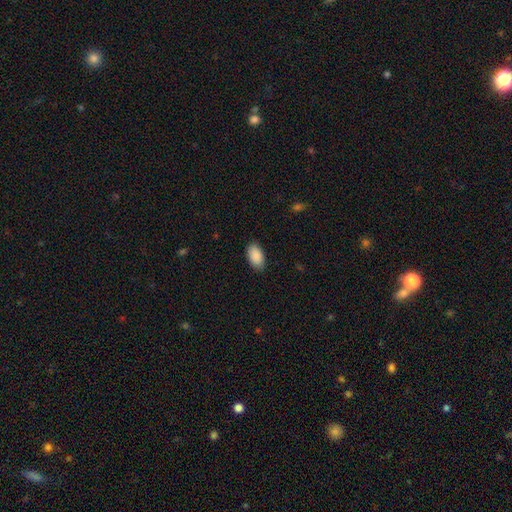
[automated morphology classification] This appears to be a smooth galaxy with no disk features (90%) that is in between round and cigar-shaped (95%). Merging: none (87%).